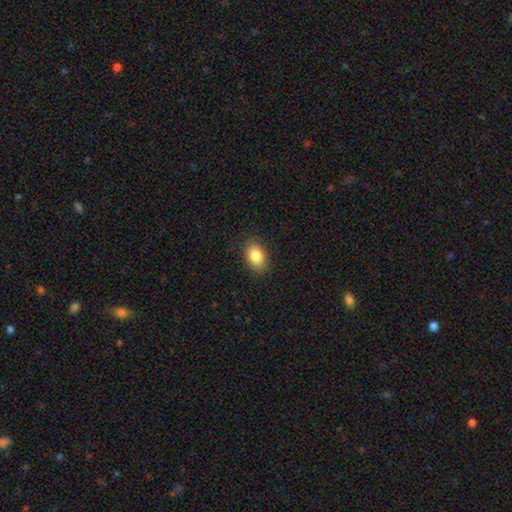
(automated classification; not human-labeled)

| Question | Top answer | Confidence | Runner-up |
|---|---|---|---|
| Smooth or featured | smooth | 86% | star or artifact (8%) |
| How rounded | in between | 86% | round (13%) |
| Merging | none | 87% | minor disturbance (10%) |